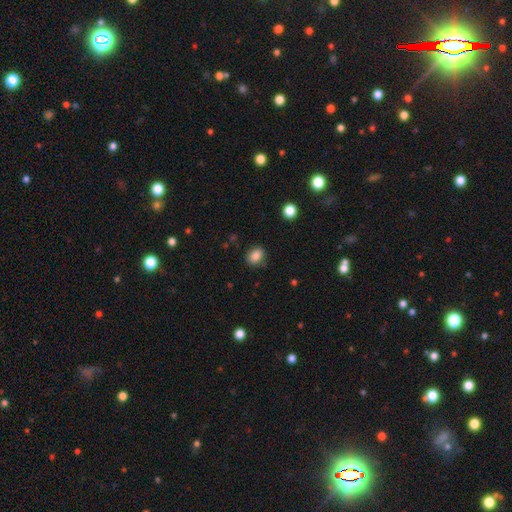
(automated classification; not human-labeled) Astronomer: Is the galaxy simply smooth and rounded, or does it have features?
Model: smooth — 86%.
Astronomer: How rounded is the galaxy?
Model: in between — 64%.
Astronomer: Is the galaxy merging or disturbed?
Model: none — 84%.